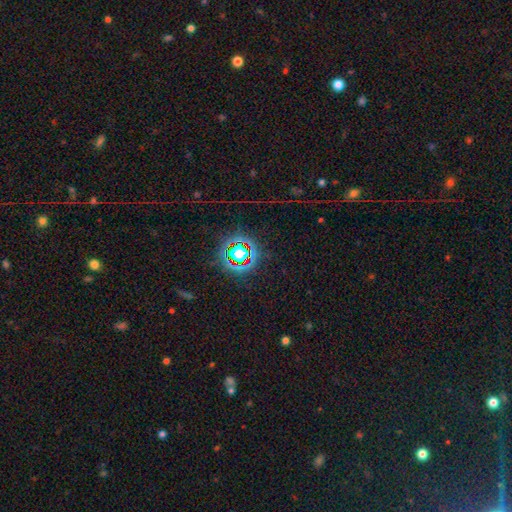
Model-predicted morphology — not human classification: Q: Smooth or featured?
A: star or artifact (80%); runner-up: smooth (12%)